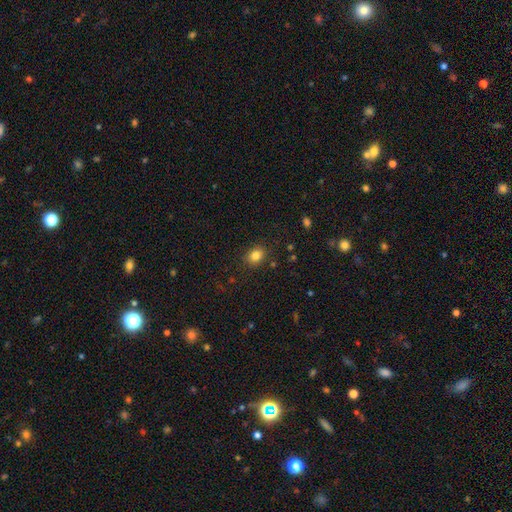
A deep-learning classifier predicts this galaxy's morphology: A smooth galaxy with no disk features (82%) that is in between round and cigar-shaped (53%).

Vote fractions:
- Smooth or featured? smooth: 82% / star or artifact: 11% / featured or disk: 7%
- How rounded? in between: 53% / round: 46% / cigar-shaped: 1%
- Merging? none: 86% / minor disturbance: 10% / major disturbance: 3% / merger: 1%